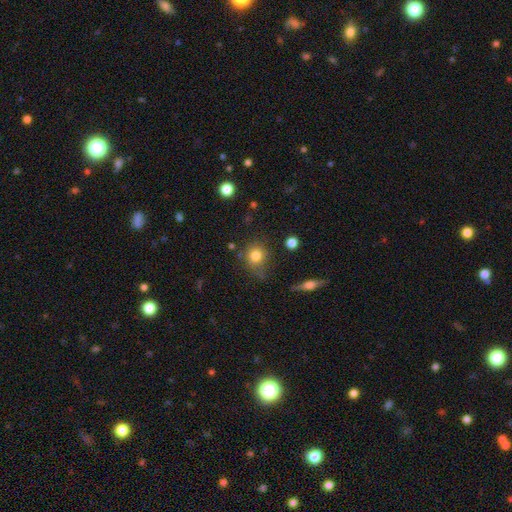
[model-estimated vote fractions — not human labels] smooth_or_featured: smooth (p=0.80) [alt: star or artifact p=0.11]
how_rounded: round (p=0.81) [alt: in between p=0.18]
merging: none (p=0.70) [alt: minor disturbance p=0.19]